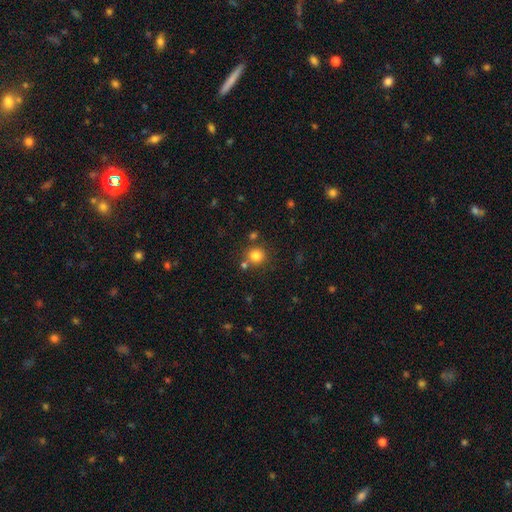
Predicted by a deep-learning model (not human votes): A smooth galaxy with no disk features (82%) that is round (91%).

Vote fractions:
- Smooth or featured? smooth: 82% / star or artifact: 12% / featured or disk: 6%
- How rounded? round: 91% / in between: 9% / cigar-shaped: 1%
- Merging? none: 74% / merger: 14% / minor disturbance: 9% / major disturbance: 3%